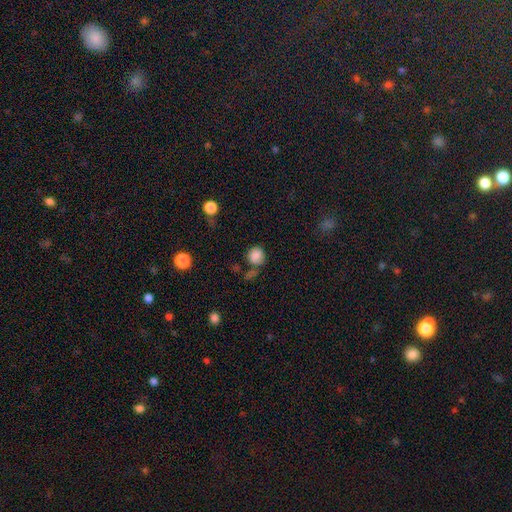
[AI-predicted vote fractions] Smooth or featured?
  - smooth: 84% *
  - star or artifact: 11%
  - featured or disk: 5%
How rounded?
  - round: 81% *
  - in between: 18%
  - cigar-shaped: 1%
Merging?
  - none: 67% *
  - minor disturbance: 17%
  - merger: 10%
  - major disturbance: 6%